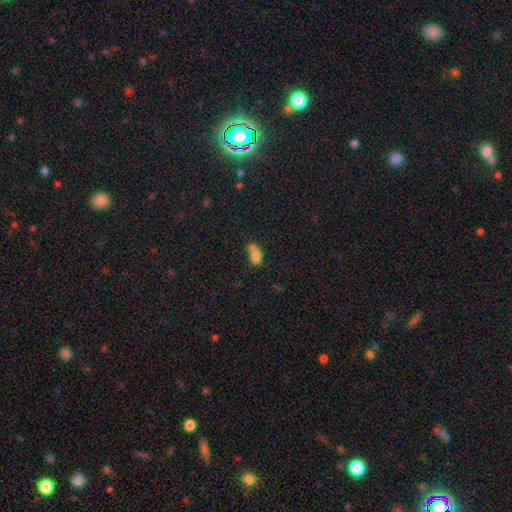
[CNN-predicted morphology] smooth_or_featured: smooth (p=0.76) [alt: featured or disk p=0.14]
how_rounded: in between (p=0.69) [alt: round p=0.29]
merging: merger (p=0.54) [alt: none p=0.24]